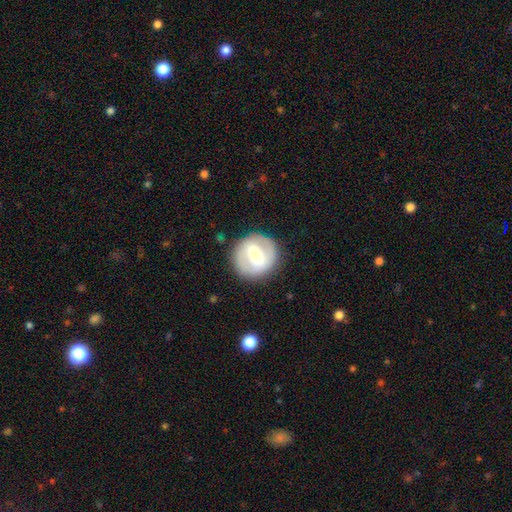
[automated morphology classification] Smooth or featured?
  - featured or disk: 51% *
  - smooth: 42%
  - star or artifact: 6%
Edge-on disk?
  - no: 96% *
  - yes: 4%
Merging?
  - none: 84% *
  - minor disturbance: 10%
  - major disturbance: 5%
  - merger: 1%